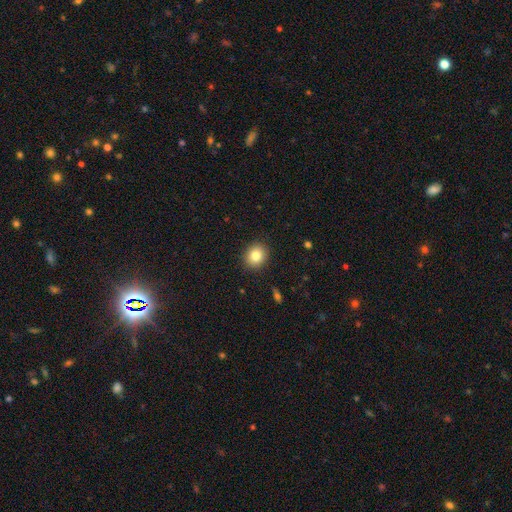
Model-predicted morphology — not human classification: smooth-or-featured: smooth: 82% | star or artifact: 10% | featured or disk: 8%
  how-rounded: round: 71% | in between: 28% | cigar-shaped: 1%
  merging: none: 90% | minor disturbance: 7% | major disturbance: 2% | merger: 1%